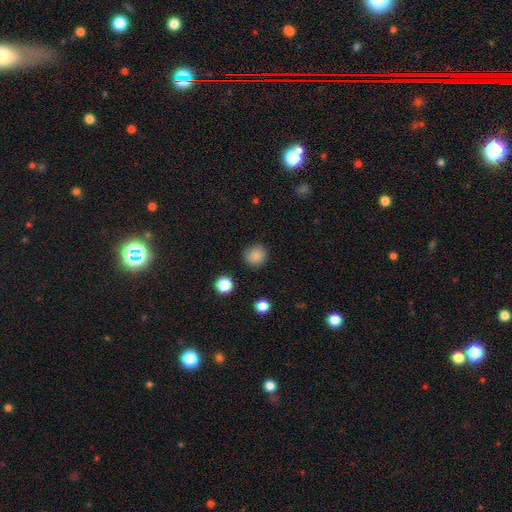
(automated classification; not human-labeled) Smooth or featured? Predicted: smooth (p=0.85). How rounded? Predicted: round (p=0.90). Merging? Predicted: none (p=0.86).